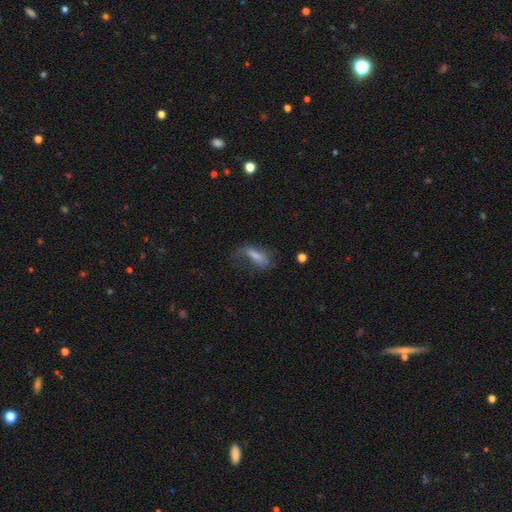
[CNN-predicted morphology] Smooth or featured? Predicted: smooth (p=0.52). How rounded? Predicted: in between (p=0.61). Merging? Predicted: none (p=0.40).